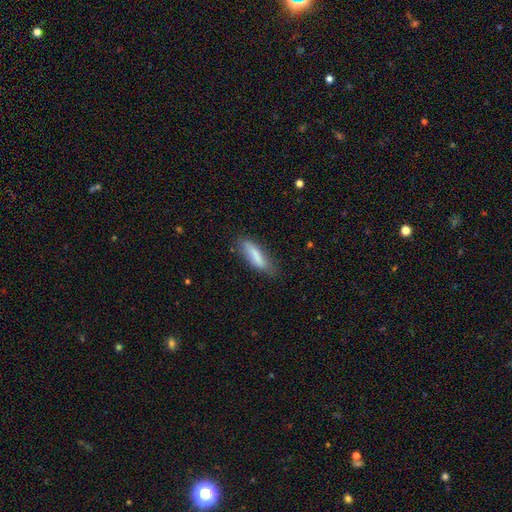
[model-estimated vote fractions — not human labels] Smooth or featured?
  - smooth: 79% *
  - featured or disk: 14%
  - star or artifact: 7%
How rounded?
  - cigar-shaped: 59% *
  - in between: 40%
  - round: 2%
Merging?
  - none: 69% *
  - minor disturbance: 23%
  - major disturbance: 6%
  - merger: 2%